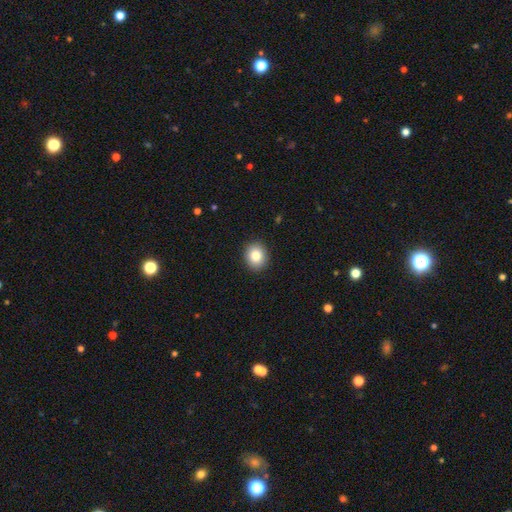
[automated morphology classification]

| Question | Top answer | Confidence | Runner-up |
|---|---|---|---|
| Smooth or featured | smooth | 83% | star or artifact (9%) |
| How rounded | round | 67% | in between (32%) |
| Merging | none | 91% | minor disturbance (6%) |